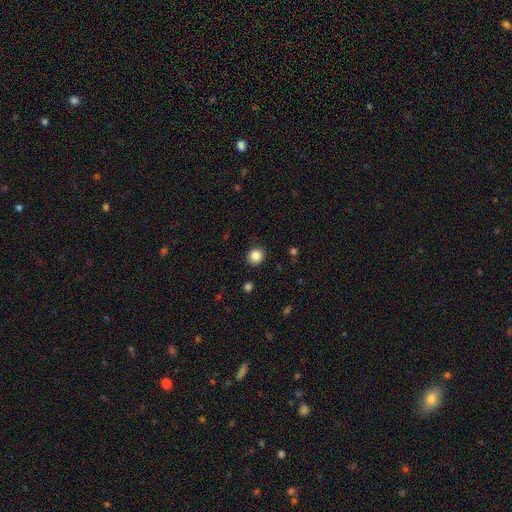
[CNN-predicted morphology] smooth-or-featured: smooth: 85% | star or artifact: 10% | featured or disk: 4%
  how-rounded: round: 84% | in between: 15% | cigar-shaped: 1%
  merging: none: 90% | minor disturbance: 7% | major disturbance: 2% | merger: 1%